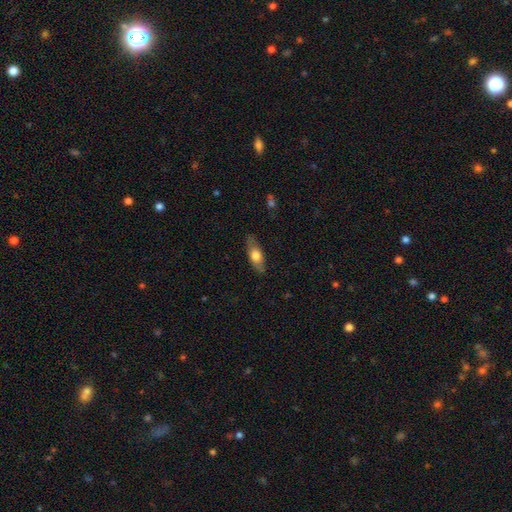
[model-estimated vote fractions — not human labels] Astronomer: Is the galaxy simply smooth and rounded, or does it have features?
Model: smooth — 64%.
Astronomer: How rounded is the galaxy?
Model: in between — 68%.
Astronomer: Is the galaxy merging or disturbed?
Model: none — 81%.